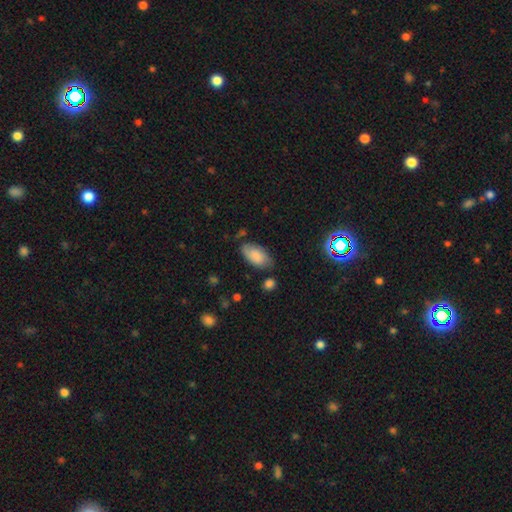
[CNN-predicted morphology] Smooth or featured?
  - smooth: 77% *
  - featured or disk: 15%
  - star or artifact: 7%
How rounded?
  - in between: 94% *
  - cigar-shaped: 3%
  - round: 3%
Merging?
  - none: 68% *
  - minor disturbance: 23%
  - major disturbance: 5%
  - merger: 4%